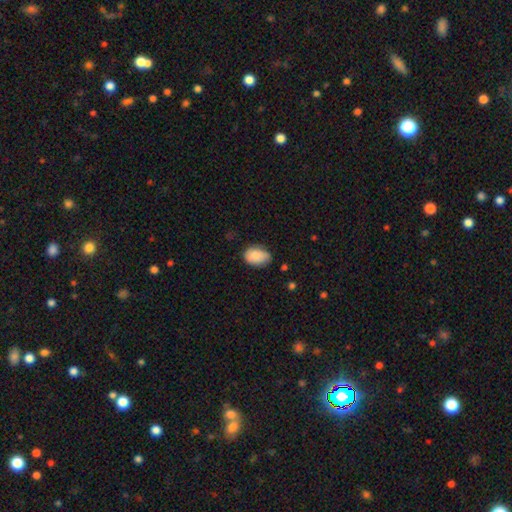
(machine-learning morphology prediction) Smooth or featured?
  - smooth: 84% *
  - featured or disk: 9%
  - star or artifact: 7%
How rounded?
  - in between: 83% *
  - round: 16%
  - cigar-shaped: 1%
Merging?
  - none: 62% *
  - minor disturbance: 31%
  - major disturbance: 5%
  - merger: 2%